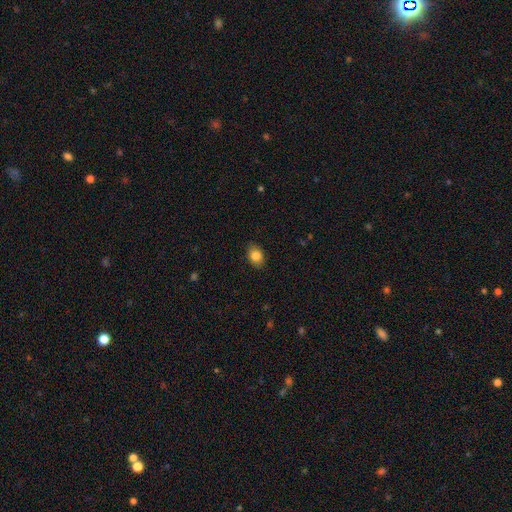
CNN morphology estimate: This appears to be a smooth galaxy with no disk features (84%) that is in between round and cigar-shaped (74%). Merging: none (85%).